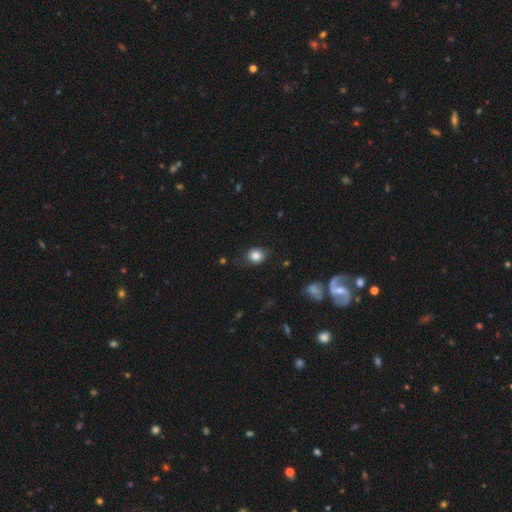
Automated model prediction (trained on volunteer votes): smooth_or_featured: smooth (p=0.84) [alt: star or artifact p=0.10]
how_rounded: round (p=0.69) [alt: in between p=0.30]
merging: none (p=0.79) [alt: minor disturbance p=0.16]